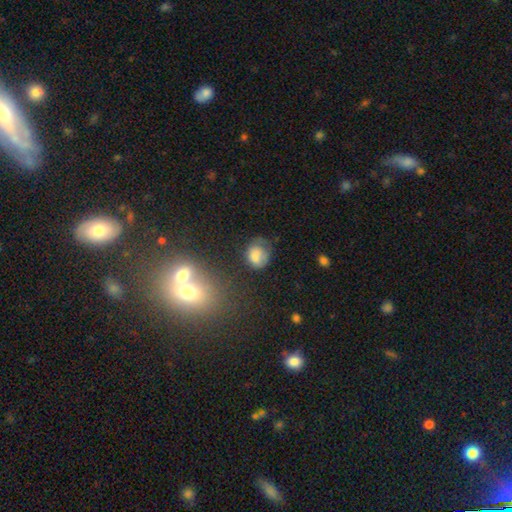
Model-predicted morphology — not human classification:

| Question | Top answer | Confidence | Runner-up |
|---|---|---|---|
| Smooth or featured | smooth | 74% | featured or disk (15%) |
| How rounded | round | 57% | in between (42%) |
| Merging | none | 45% | minor disturbance (30%) |